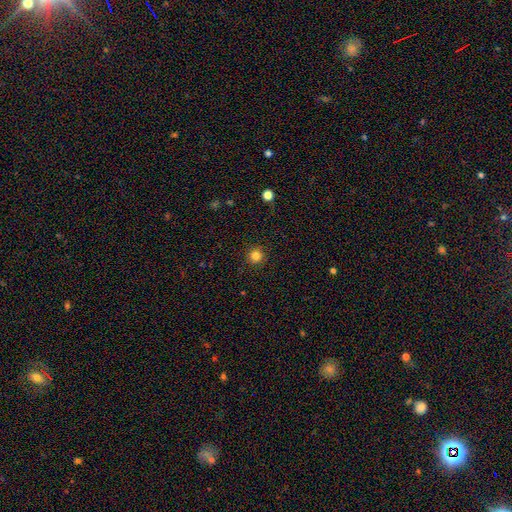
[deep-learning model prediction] smooth-or-featured: smooth: 83% | star or artifact: 12% | featured or disk: 4%
  how-rounded: round: 95% | in between: 4% | cigar-shaped: 1%
  merging: none: 92% | minor disturbance: 5% | major disturbance: 2% | merger: 1%